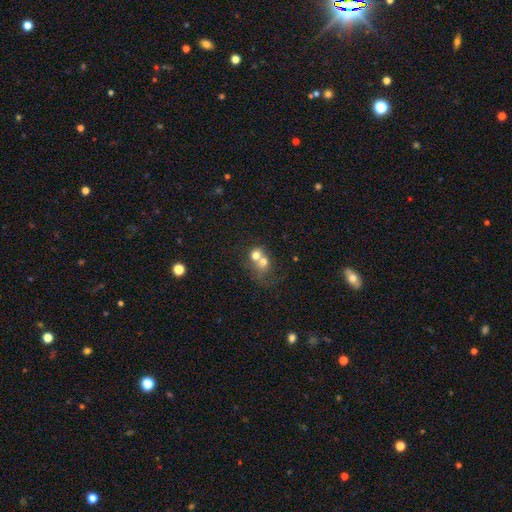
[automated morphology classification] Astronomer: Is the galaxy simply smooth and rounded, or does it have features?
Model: smooth — 66%.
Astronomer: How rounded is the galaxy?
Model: round — 66%.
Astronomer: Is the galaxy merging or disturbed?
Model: merger — 68%.